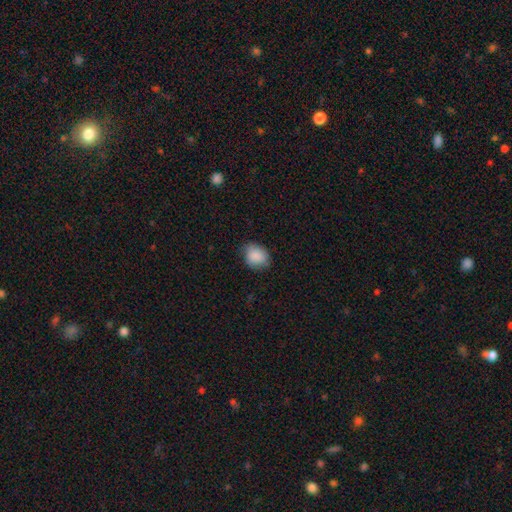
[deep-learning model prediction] Smooth or featured? Predicted: smooth (p=0.88). How rounded? Predicted: in between (p=0.50). Merging? Predicted: none (p=0.73).